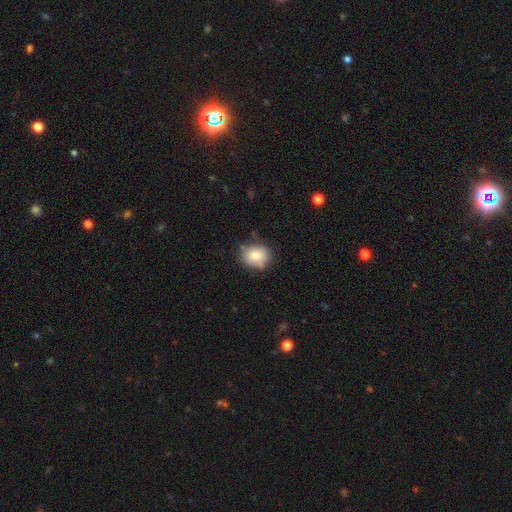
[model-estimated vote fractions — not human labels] smooth_or_featured: smooth (p=0.83) [alt: featured or disk p=0.09]
how_rounded: round (p=0.54) [alt: in between p=0.45]
merging: none (p=0.73) [alt: minor disturbance p=0.19]